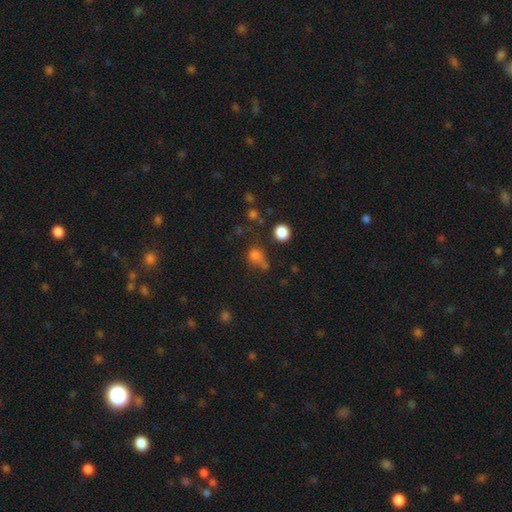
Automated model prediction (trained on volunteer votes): A smooth galaxy with no disk features (72%) that is round (68%). Merging: none (48%).